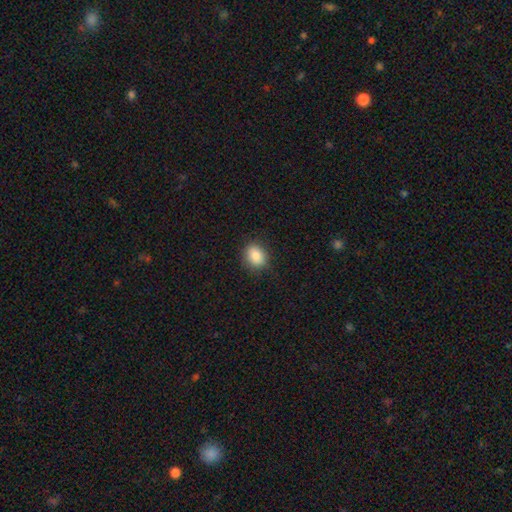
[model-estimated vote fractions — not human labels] Q: Smooth or featured?
A: smooth (84%); runner-up: star or artifact (9%)
Q: How rounded?
A: round (54%); runner-up: in between (44%)
Q: Merging?
A: none (87%); runner-up: minor disturbance (9%)